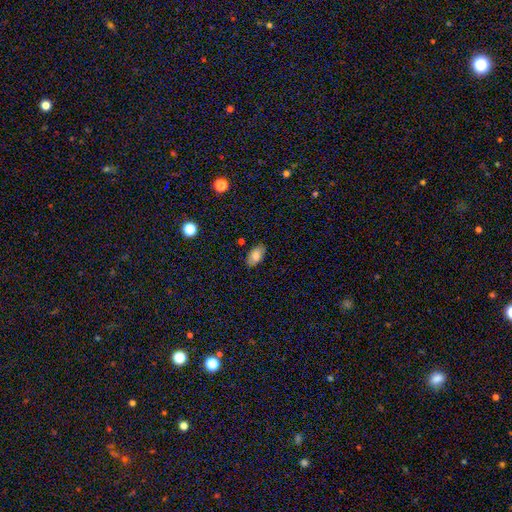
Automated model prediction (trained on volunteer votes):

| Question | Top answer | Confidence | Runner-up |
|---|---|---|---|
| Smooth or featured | smooth | 78% | featured or disk (14%) |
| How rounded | in between | 93% | round (5%) |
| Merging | none | 83% | minor disturbance (13%) |